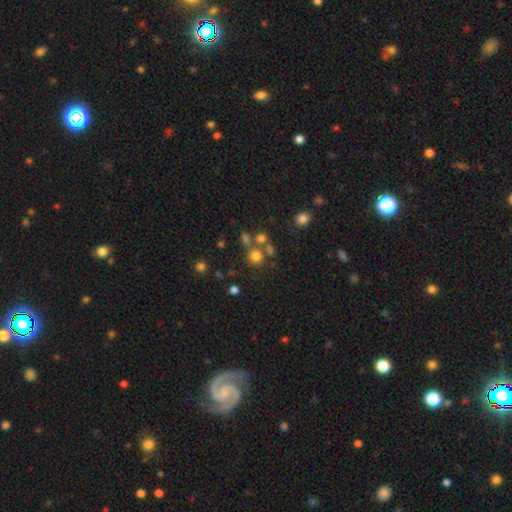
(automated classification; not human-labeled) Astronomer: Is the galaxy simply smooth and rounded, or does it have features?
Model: smooth — 72%.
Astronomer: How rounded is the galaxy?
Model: round — 88%.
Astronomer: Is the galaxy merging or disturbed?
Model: none — 62%.